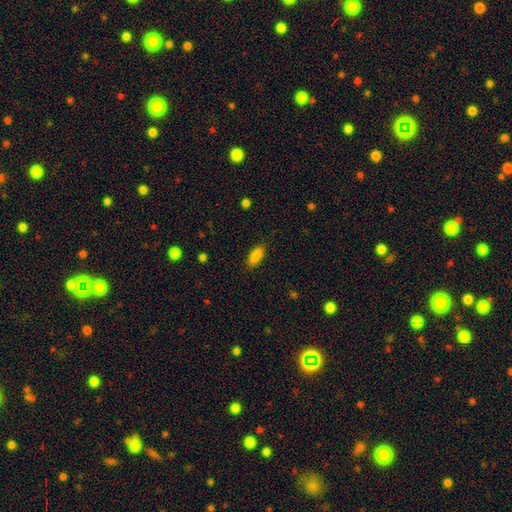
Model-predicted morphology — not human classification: Smooth or featured? Predicted: smooth (p=0.88). How rounded? Predicted: in between (p=0.82). Merging? Predicted: none (p=0.87).